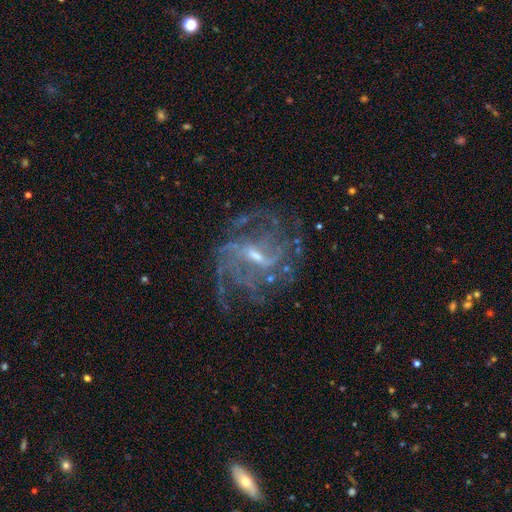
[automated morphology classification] Smooth or featured?
  - featured or disk: 81% *
  - star or artifact: 13%
  - smooth: 6%
Edge-on disk?
  - no: 96% *
  - yes: 4%
Bar?
  - weak: 52% *
  - strong: 31%
  - no: 17%
Spiral arms?
  - yes: 93% *
  - no: 7%
Spiral winding?
  - medium: 42% *
  - tight: 36%
  - loose: 22%
Spiral arm count?
  - can't tell: 34% *
  - 4: 18%
  - 3: 14%
  - 2: 14%
  - more than 4: 12%
  - 1: 7%
Bulge size?
  - small: 59% *
  - moderate: 32%
  - none: 6%
  - large: 2%
  - dominant: 1%
Merging?
  - none: 69% *
  - minor disturbance: 15%
  - major disturbance: 14%
  - merger: 2%